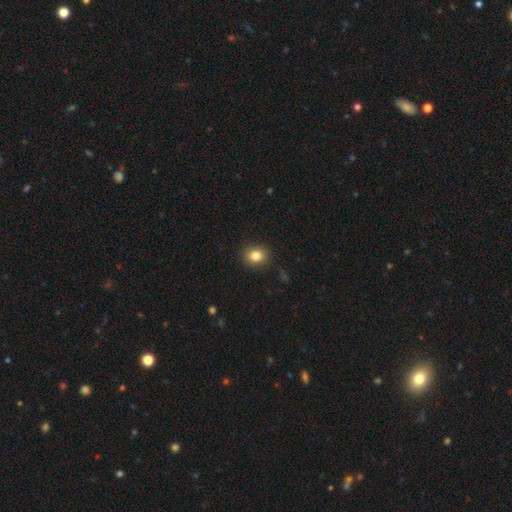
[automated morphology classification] Overall: smooth (83%). How rounded: round (69%; in between 30%). Merging: none (89%).